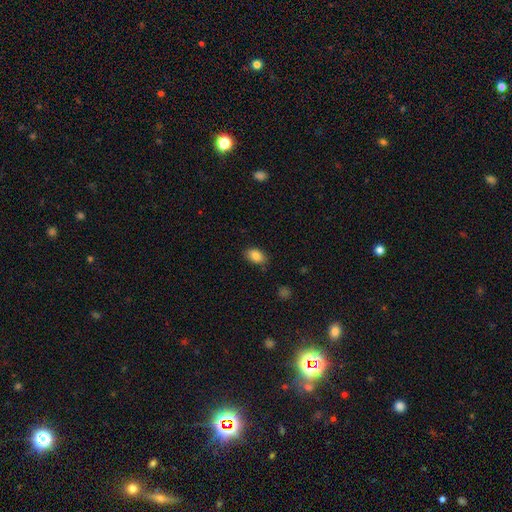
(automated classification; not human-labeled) Smooth or featured?
  - smooth: 85% *
  - star or artifact: 8%
  - featured or disk: 7%
How rounded?
  - in between: 87% *
  - round: 11%
  - cigar-shaped: 1%
Merging?
  - none: 84% *
  - minor disturbance: 12%
  - major disturbance: 3%
  - merger: 2%